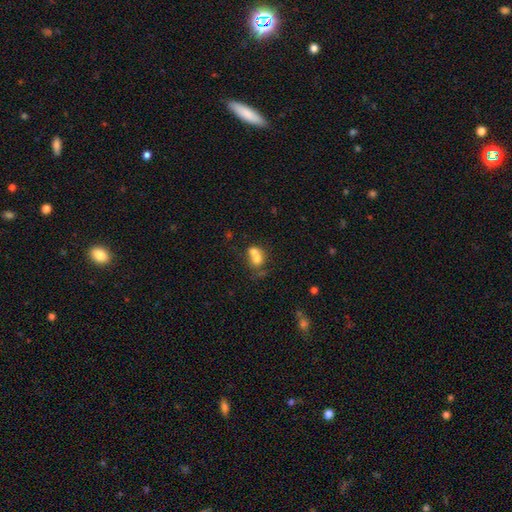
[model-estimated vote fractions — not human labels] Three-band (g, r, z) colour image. It shows a smooth galaxy with no disk features (67%) that is round (64%). Merging: merger (68%).